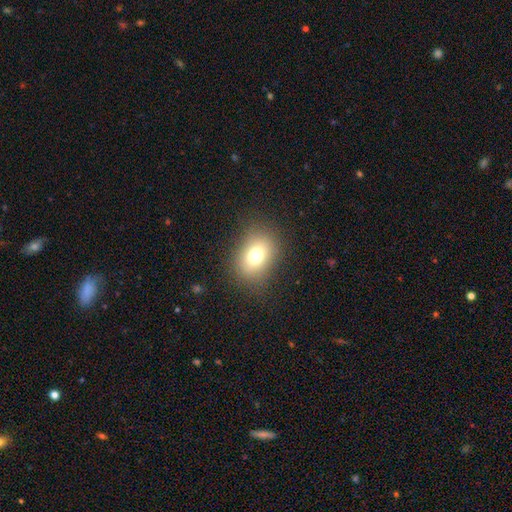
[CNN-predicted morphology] smooth 75%, star or artifact 13%, featured or disk 12%. Down the decision tree: how rounded — in between (59%); merging — none (85%).